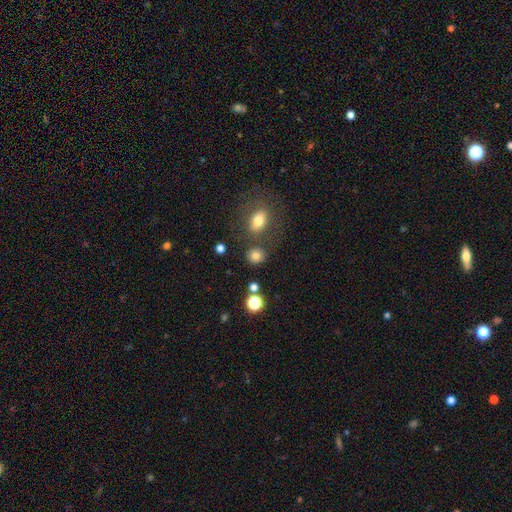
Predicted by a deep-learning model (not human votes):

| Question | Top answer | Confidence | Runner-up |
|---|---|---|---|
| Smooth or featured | smooth | 78% | star or artifact (14%) |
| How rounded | round | 82% | in between (17%) |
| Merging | none | 76% | minor disturbance (10%) |